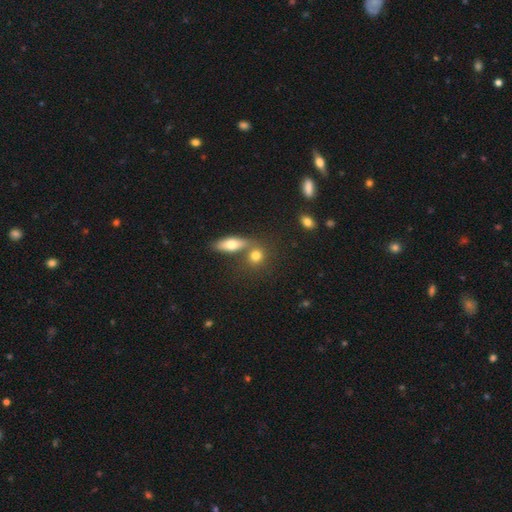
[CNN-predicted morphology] Smooth or featured? smooth (76%)
How rounded? round (58%)
Merging? none (51%)